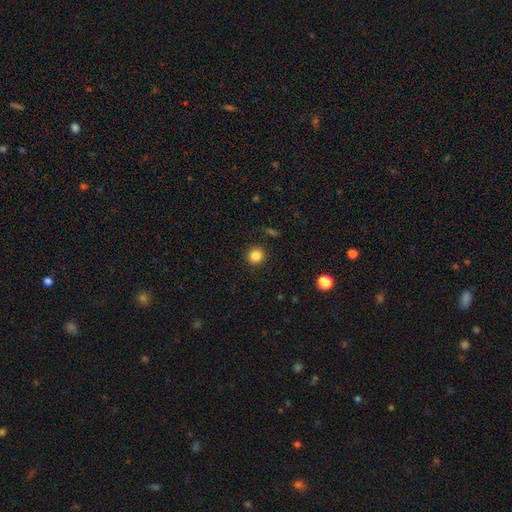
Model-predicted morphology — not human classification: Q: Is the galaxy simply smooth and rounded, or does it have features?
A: smooth — 84%.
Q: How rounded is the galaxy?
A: round — 93%.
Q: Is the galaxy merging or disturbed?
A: none — 91%.